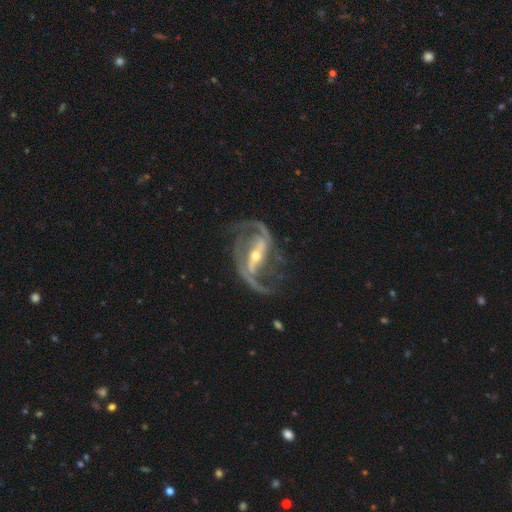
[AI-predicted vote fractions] A featured or disk galaxy (92%) with a strong bar (67%), 2 (88%) medium (44%) spiral arms (97%) and a small central bulge (55%). Merging: none (65%).